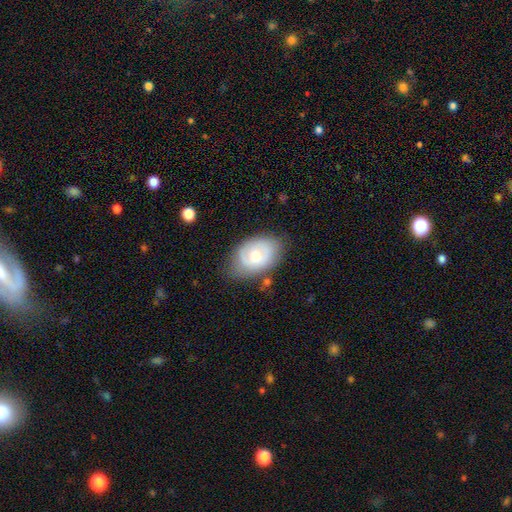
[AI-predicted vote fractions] Smooth or featured? smooth (47%)
Merging? none (67%)